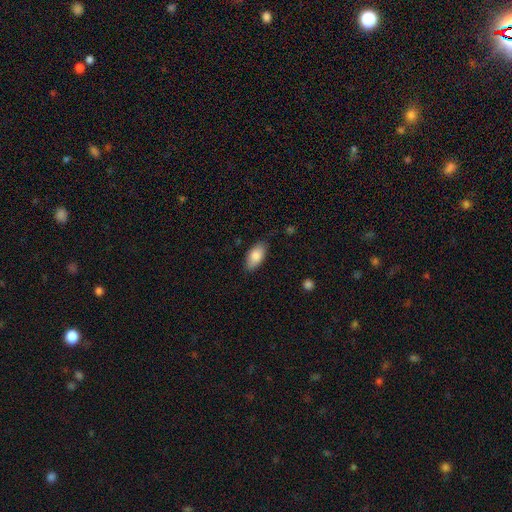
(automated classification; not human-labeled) Smooth or featured?
  - smooth: 86% *
  - featured or disk: 8%
  - star or artifact: 6%
How rounded?
  - in between: 93% *
  - cigar-shaped: 5%
  - round: 3%
Merging?
  - none: 82% *
  - minor disturbance: 14%
  - major disturbance: 3%
  - merger: 1%